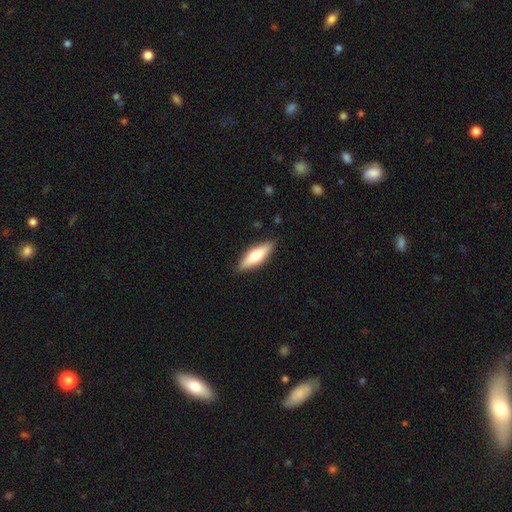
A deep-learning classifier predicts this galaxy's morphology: The model was most divided on "how rounded": in between: 50%, cigar-shaped: 48%, round: 2%. More confident: merging — none (87%); smooth or featured — smooth (62%).